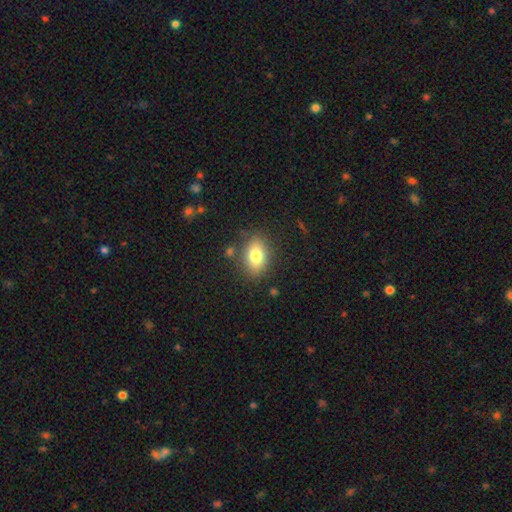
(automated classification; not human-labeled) smooth-or-featured: smooth: 77% | featured or disk: 14% | star or artifact: 9%
  how-rounded: in between: 81% | round: 16% | cigar-shaped: 2%
  merging: none: 81% | minor disturbance: 12% | major disturbance: 4% | merger: 3%